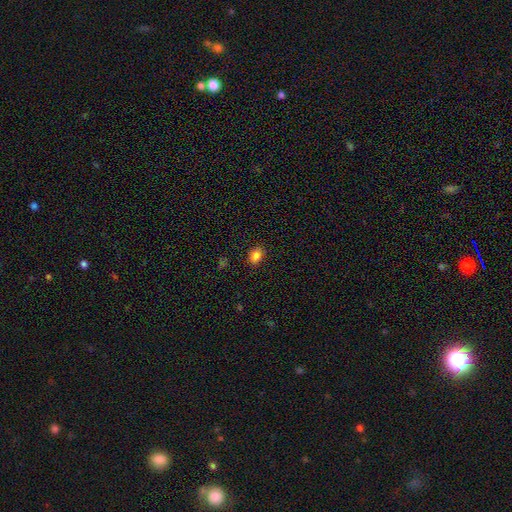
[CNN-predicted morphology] Smooth or featured?
  - smooth: 84% *
  - star or artifact: 11%
  - featured or disk: 5%
How rounded?
  - in between: 69% *
  - round: 30%
  - cigar-shaped: 1%
Merging?
  - none: 87% *
  - minor disturbance: 10%
  - major disturbance: 2%
  - merger: 1%